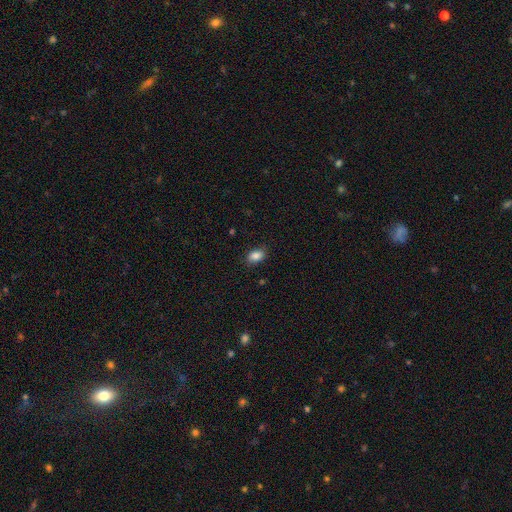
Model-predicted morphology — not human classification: A smooth galaxy with no disk features (86%) that is in between round and cigar-shaped (83%).

Vote fractions:
- Smooth or featured? smooth: 86% / star or artifact: 9% / featured or disk: 5%
- How rounded? in between: 83% / round: 16% / cigar-shaped: 1%
- Merging? none: 86% / minor disturbance: 10% / major disturbance: 2% / merger: 1%